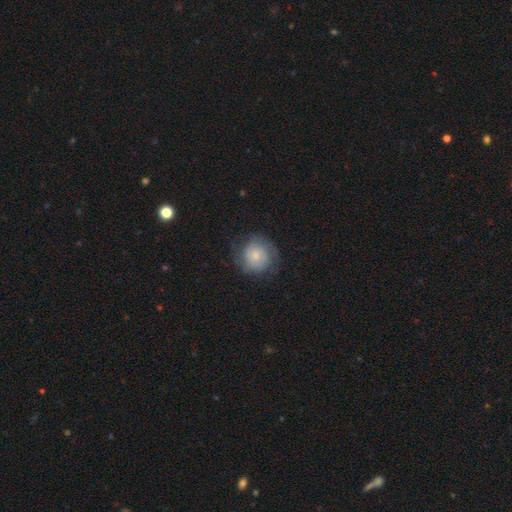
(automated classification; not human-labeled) This appears to be a smooth galaxy with no disk features (56%) that is round (89%). Merging: none (70%).